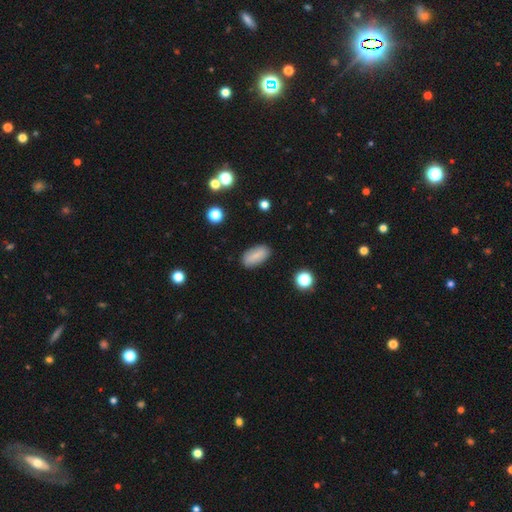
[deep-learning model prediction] This appears to be a smooth galaxy with no disk features (81%) that is in between round and cigar-shaped (88%). Merging: none (85%).